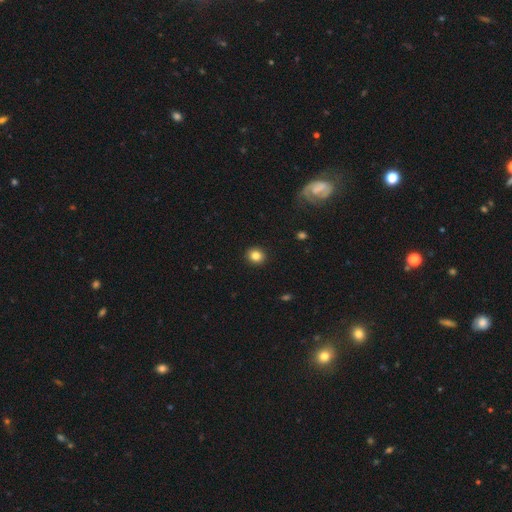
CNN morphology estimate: Smooth or featured? Predicted: smooth (p=0.84). How rounded? Predicted: round (p=0.82). Merging? Predicted: none (p=0.92).